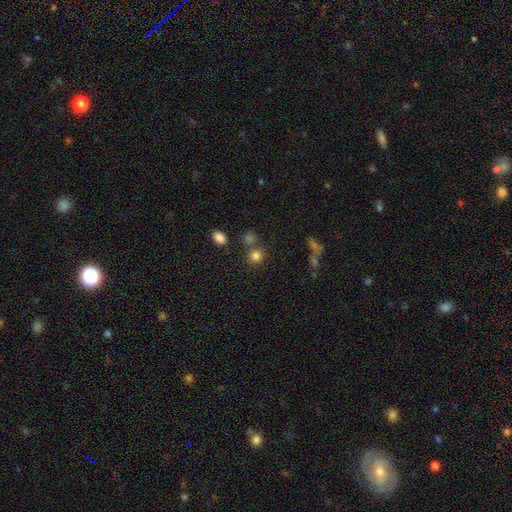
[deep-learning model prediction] A smooth galaxy with no disk features (80%) that is round (85%). Merging: none (66%).